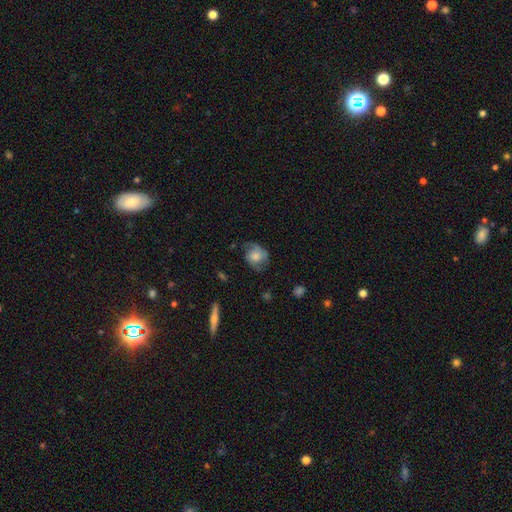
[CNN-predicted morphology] smooth-or-featured: smooth: 51% | featured or disk: 41% | star or artifact: 8%
  how-rounded: round: 57% | in between: 41% | cigar-shaped: 1%
  merging: none: 54% | minor disturbance: 28% | major disturbance: 16% | merger: 2%